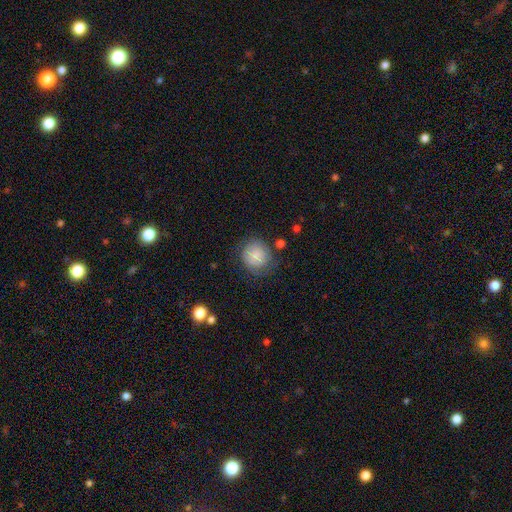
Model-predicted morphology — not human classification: A smooth galaxy with no disk features (75%) that is round (88%). Merging: none (65%).